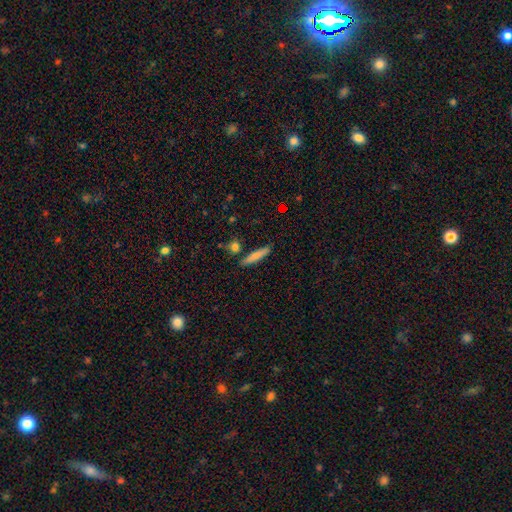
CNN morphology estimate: Smooth or featured?
  - smooth: 70% *
  - featured or disk: 22%
  - star or artifact: 8%
How rounded?
  - cigar-shaped: 86% *
  - in between: 11%
  - round: 3%
Merging?
  - none: 84% *
  - minor disturbance: 10%
  - merger: 4%
  - major disturbance: 2%